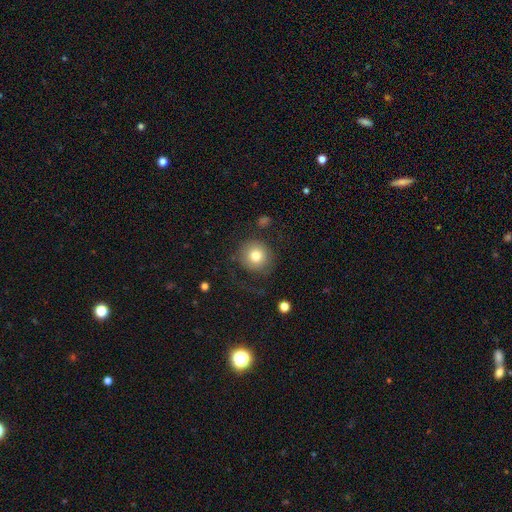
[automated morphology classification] A smooth galaxy with no disk features (78%) that is round (93%).

Vote fractions:
- Smooth or featured? smooth: 78% / featured or disk: 12% / star or artifact: 10%
- How rounded? round: 93% / in between: 6% / cigar-shaped: 1%
- Merging? none: 74% / minor disturbance: 13% / major disturbance: 11% / merger: 2%